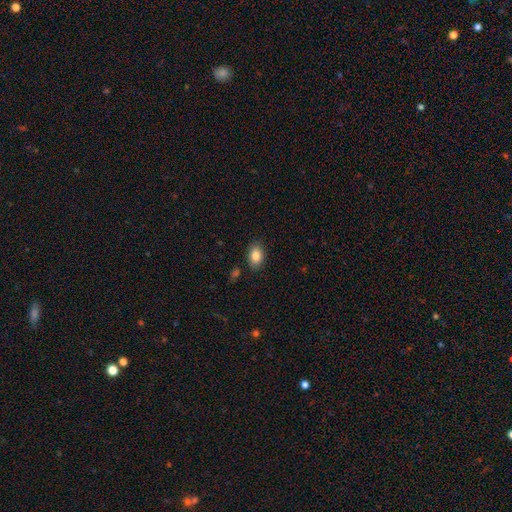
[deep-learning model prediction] smooth_or_featured: smooth (p=0.86) [alt: star or artifact p=0.08]
how_rounded: in between (p=0.81) [alt: round p=0.17]
merging: none (p=0.84) [alt: minor disturbance p=0.11]